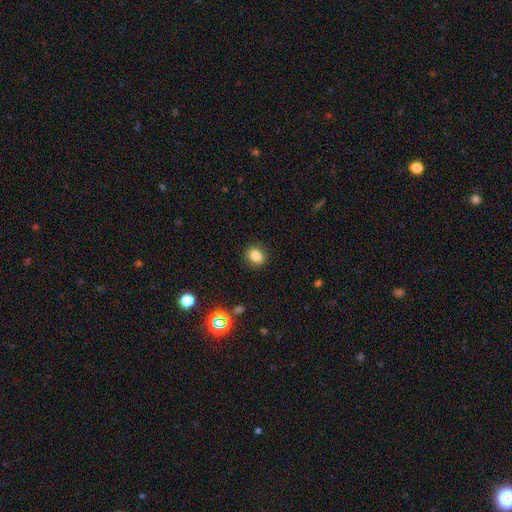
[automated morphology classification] type=smooth (83%); roundness=round (55%); merging=none (88%).